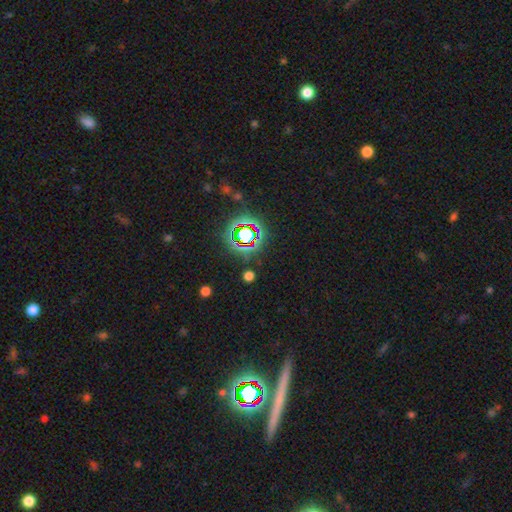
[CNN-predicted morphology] star or artifact 75%, smooth 14%, featured or disk 11%.